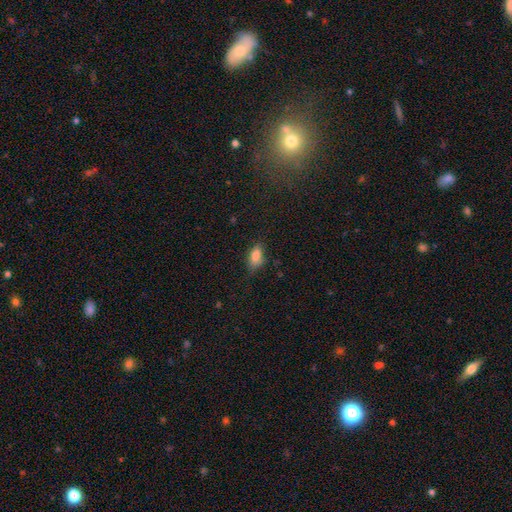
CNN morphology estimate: The model was most divided on "merging": none: 71%, minor disturbance: 22%, major disturbance: 5%, merger: 2%. More confident: how rounded — in between (86%); smooth or featured — smooth (80%).